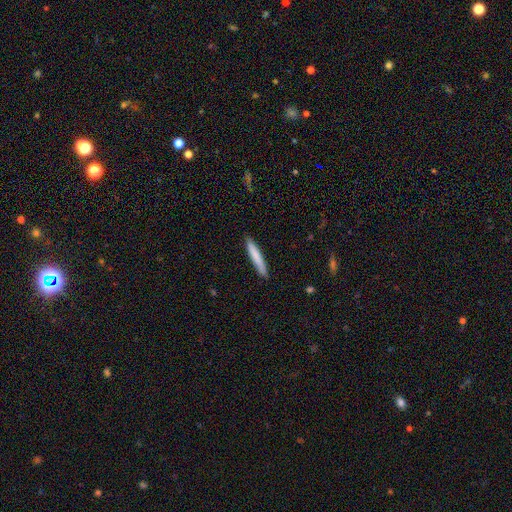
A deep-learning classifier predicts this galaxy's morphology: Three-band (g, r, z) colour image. It shows a smooth galaxy with no disk features (78%) that is cigar-shaped (94%). Merging: none (88%).